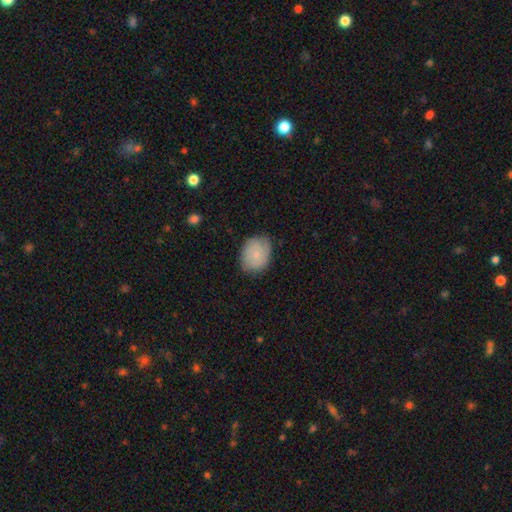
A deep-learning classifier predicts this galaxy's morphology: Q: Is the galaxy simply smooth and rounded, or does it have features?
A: smooth — 73%.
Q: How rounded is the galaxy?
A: in between — 57%.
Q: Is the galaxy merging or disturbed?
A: none — 76%.